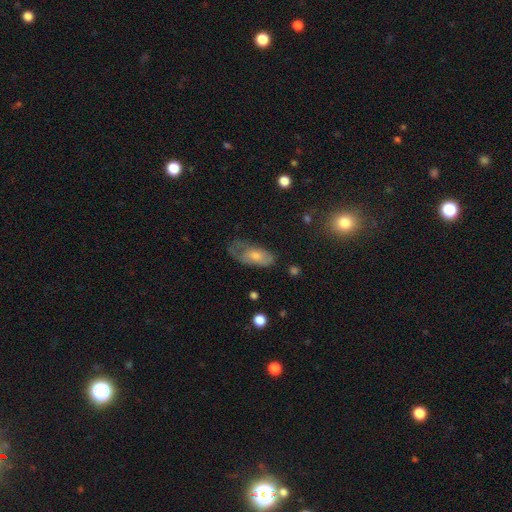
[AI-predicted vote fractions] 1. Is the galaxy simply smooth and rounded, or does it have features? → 47% smooth, 42% featured or disk, 10% star or artifact.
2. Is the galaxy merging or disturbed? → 48% none, 29% minor disturbance, 21% major disturbance, 2% merger.